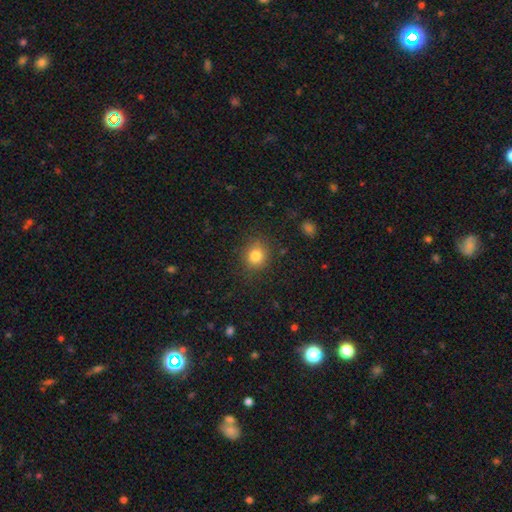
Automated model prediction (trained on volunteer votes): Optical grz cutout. It shows a smooth galaxy with no disk features (82%) that is round (82%). Merging: none (86%).